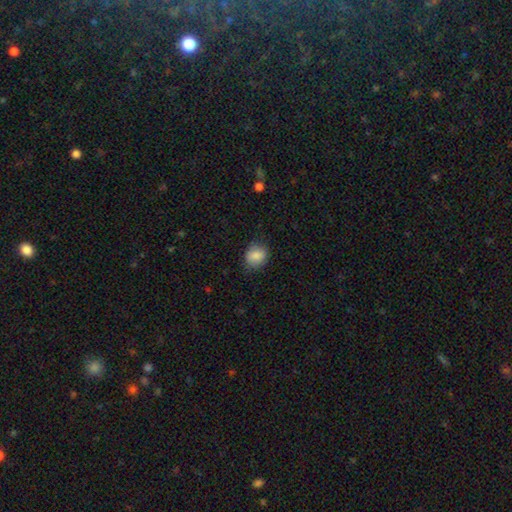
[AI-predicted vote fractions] Morphology: type=smooth (83%); roundness=round (68%); merging=none (80%).